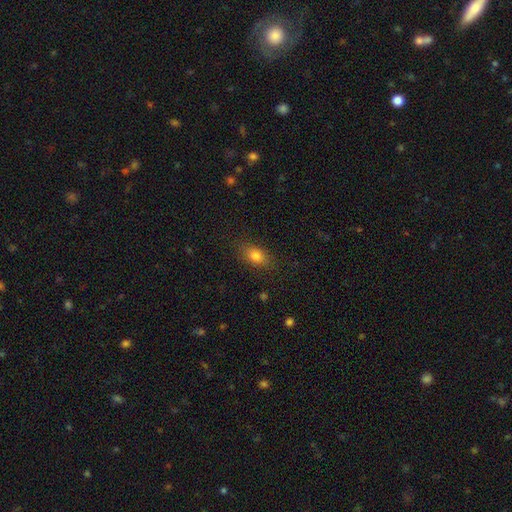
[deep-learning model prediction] smooth 80%, star or artifact 11%, featured or disk 9%. Down the decision tree: how rounded — in between (78%); merging — none (83%).